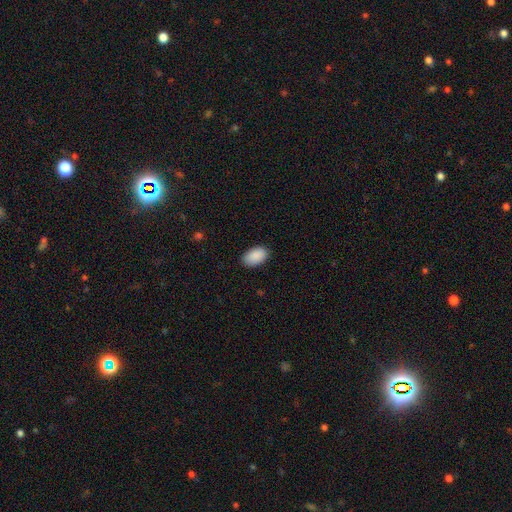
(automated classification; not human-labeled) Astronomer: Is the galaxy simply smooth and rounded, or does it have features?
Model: smooth — 91%.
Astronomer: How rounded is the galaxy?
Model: in between — 93%.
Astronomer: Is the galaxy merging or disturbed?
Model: none — 86%.